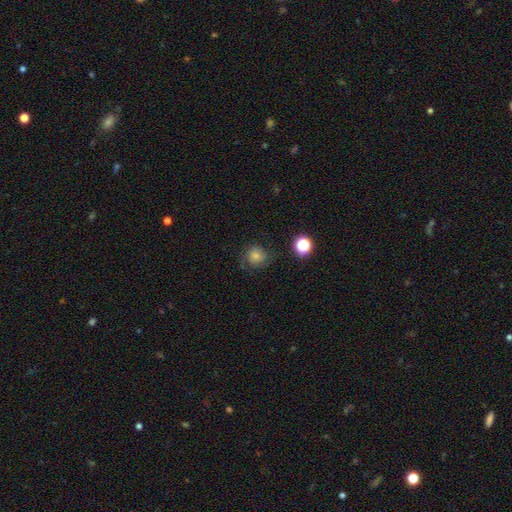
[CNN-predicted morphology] smooth-or-featured: smooth: 51% | featured or disk: 30% | star or artifact: 19%
  how-rounded: round: 85% | in between: 14% | cigar-shaped: 1%
  merging: none: 69% | minor disturbance: 19% | major disturbance: 10% | merger: 2%